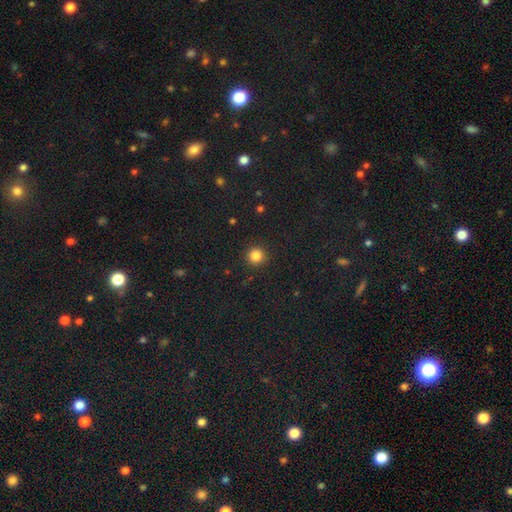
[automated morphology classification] A smooth galaxy with no disk features (84%) that is round (95%). Merging: none (92%).